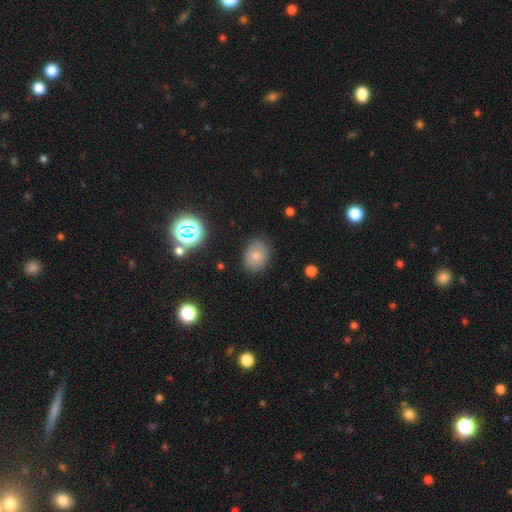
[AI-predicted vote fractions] smooth_or_featured: smooth (p=0.77) [alt: star or artifact p=0.12]
how_rounded: in between (p=0.58) [alt: round p=0.41]
merging: none (p=0.83) [alt: minor disturbance p=0.12]